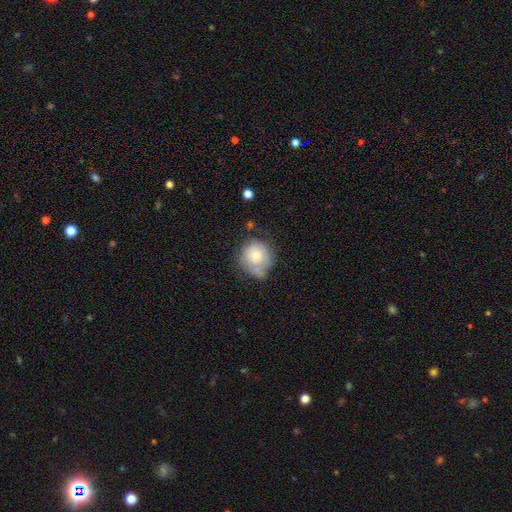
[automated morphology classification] A smooth galaxy with no disk features (61%) that is round (86%).

Vote fractions:
- Smooth or featured? smooth: 61% / featured or disk: 32% / star or artifact: 7%
- How rounded? round: 86% / in between: 13% / cigar-shaped: 1%
- Merging? none: 45% / minor disturbance: 28% / merger: 14% / major disturbance: 12%